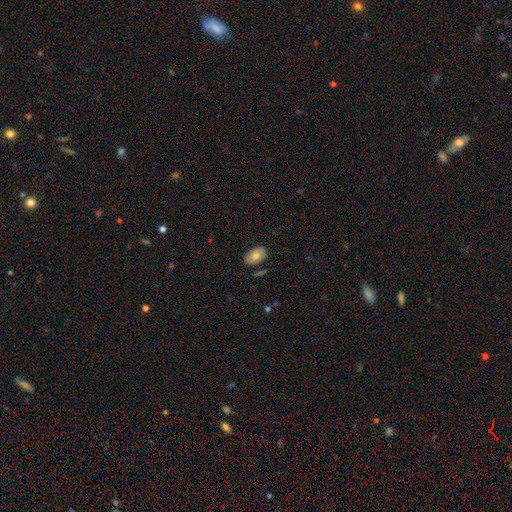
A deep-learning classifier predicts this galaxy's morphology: smooth-or-featured: smooth: 72% | featured or disk: 21% | star or artifact: 7%
  how-rounded: in between: 89% | round: 10% | cigar-shaped: 1%
  merging: none: 80% | minor disturbance: 14% | major disturbance: 3% | merger: 3%